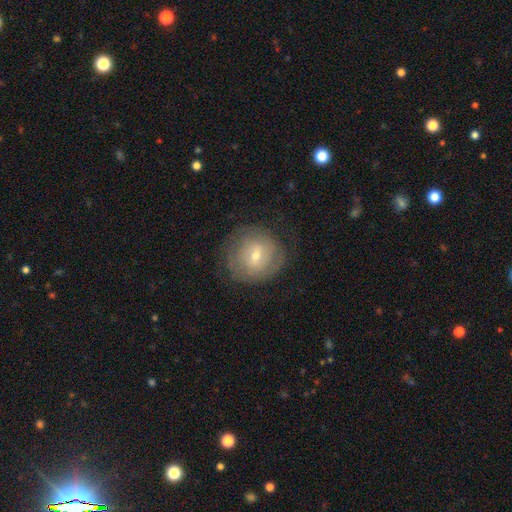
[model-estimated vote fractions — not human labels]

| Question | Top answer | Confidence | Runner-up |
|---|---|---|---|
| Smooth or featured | featured or disk | 57% | smooth (35%) |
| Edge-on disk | no | 96% | yes (4%) |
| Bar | weak | 51% | no (36%) |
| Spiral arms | yes | 71% | no (29%) |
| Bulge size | small | 56% | moderate (40%) |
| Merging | none | 77% | minor disturbance (15%) |